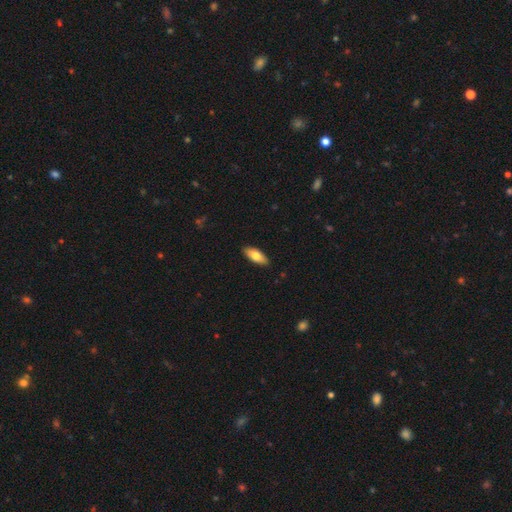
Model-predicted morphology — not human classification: Smooth or featured?
  - smooth: 75% *
  - featured or disk: 19%
  - star or artifact: 6%
How rounded?
  - in between: 80% *
  - cigar-shaped: 18%
  - round: 2%
Merging?
  - none: 89% *
  - minor disturbance: 8%
  - major disturbance: 2%
  - merger: 1%